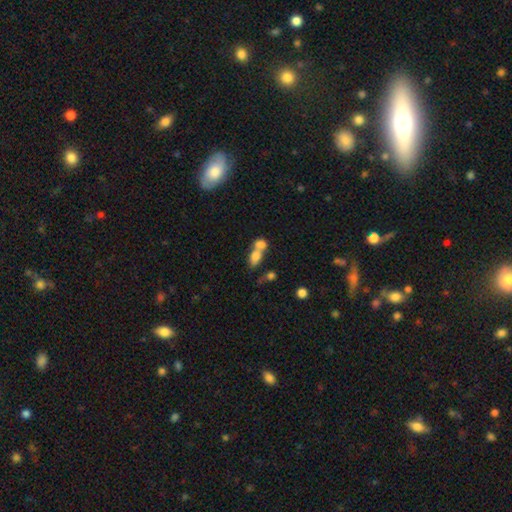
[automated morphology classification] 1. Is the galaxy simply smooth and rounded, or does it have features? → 72% smooth, 17% featured or disk, 10% star or artifact.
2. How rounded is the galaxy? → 78% in between, 16% round, 6% cigar-shaped.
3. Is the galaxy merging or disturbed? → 68% merger, 20% none, 7% minor disturbance, 5% major disturbance.